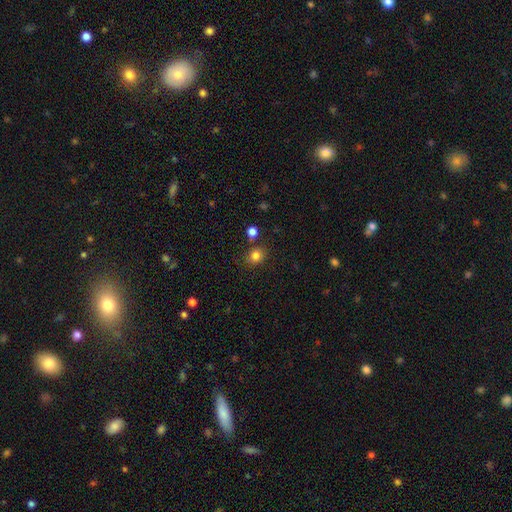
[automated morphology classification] Q: Smooth or featured?
A: smooth (82%); runner-up: star or artifact (12%)
Q: How rounded?
A: round (73%); runner-up: in between (26%)
Q: Merging?
A: none (77%); runner-up: minor disturbance (12%)